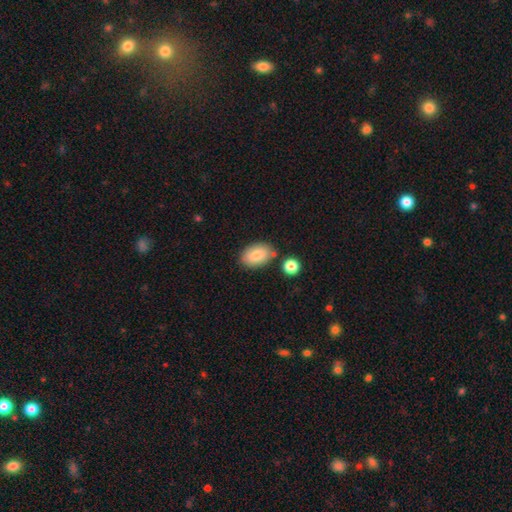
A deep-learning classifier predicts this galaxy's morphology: Q: Smooth or featured?
A: smooth (84%); runner-up: featured or disk (9%)
Q: How rounded?
A: in between (91%); runner-up: round (8%)
Q: Merging?
A: none (76%); runner-up: minor disturbance (13%)